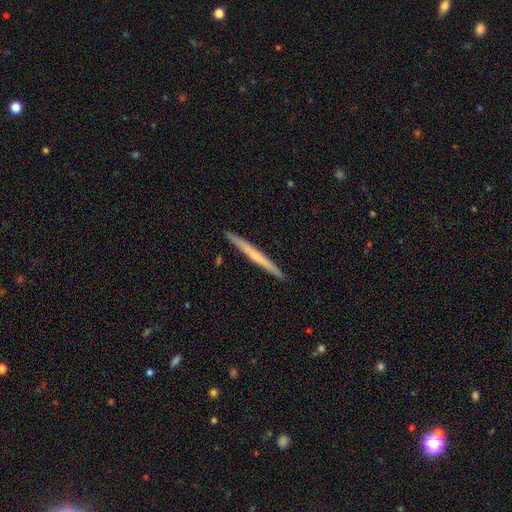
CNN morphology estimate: Smooth or featured?
  - featured or disk: 51% *
  - smooth: 44%
  - star or artifact: 5%
Edge-on disk?
  - yes: 97% *
  - no: 3%
Merging?
  - none: 92% *
  - minor disturbance: 5%
  - major disturbance: 1%
  - merger: 1%